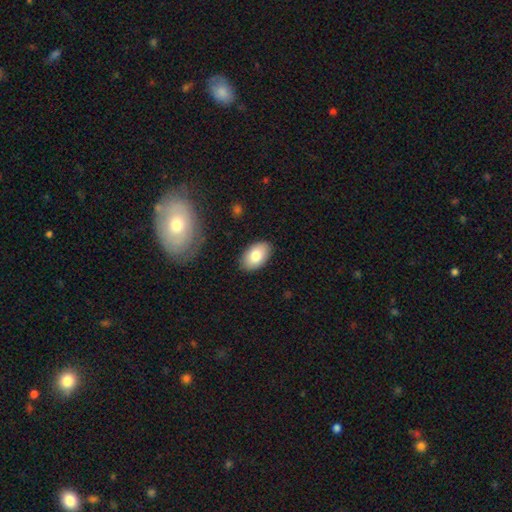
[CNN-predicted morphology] type=smooth (81%); roundness=in between (93%); merging=none (87%).